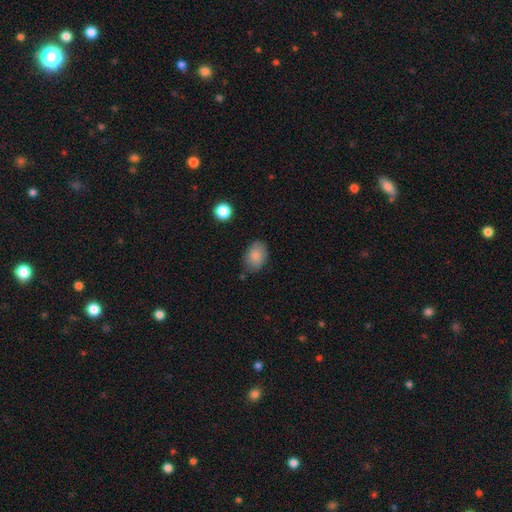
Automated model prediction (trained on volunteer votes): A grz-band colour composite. It shows a smooth galaxy with no disk features (85%) that is in between round and cigar-shaped (80%). Merging: none (75%).